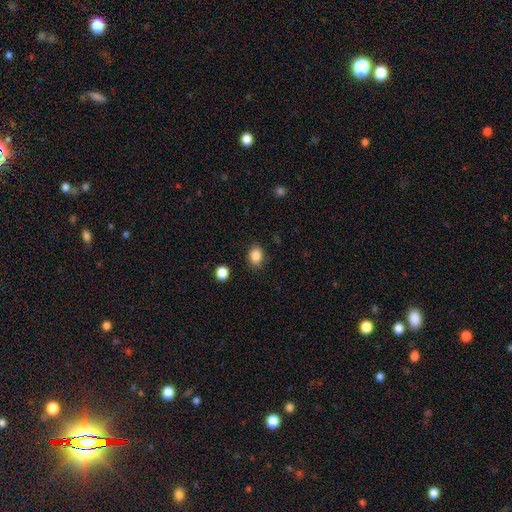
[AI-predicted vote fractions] Smooth or featured? smooth (86%)
How rounded? in between (66%)
Merging? none (85%)